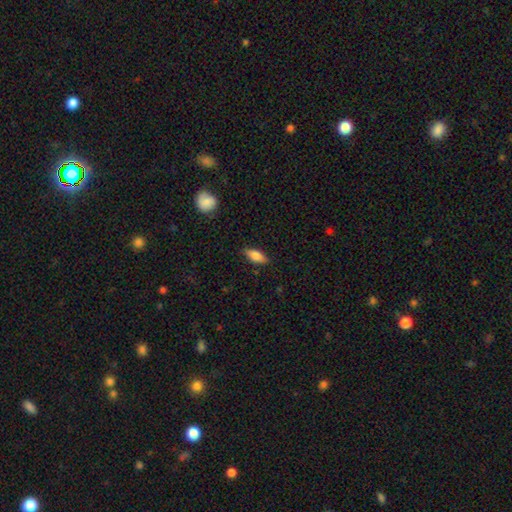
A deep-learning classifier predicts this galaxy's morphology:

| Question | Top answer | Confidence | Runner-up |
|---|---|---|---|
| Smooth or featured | smooth | 77% | featured or disk (16%) |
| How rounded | in between | 76% | cigar-shaped (21%) |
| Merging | none | 84% | minor disturbance (12%) |